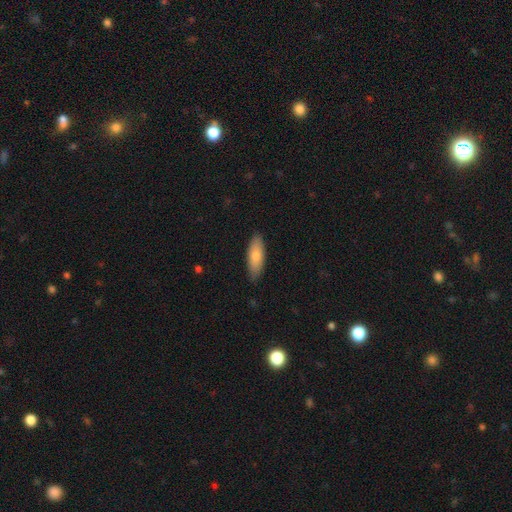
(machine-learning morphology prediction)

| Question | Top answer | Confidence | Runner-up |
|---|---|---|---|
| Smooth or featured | smooth | 79% | featured or disk (16%) |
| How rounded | in between | 64% | cigar-shaped (34%) |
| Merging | none | 85% | minor disturbance (12%) |